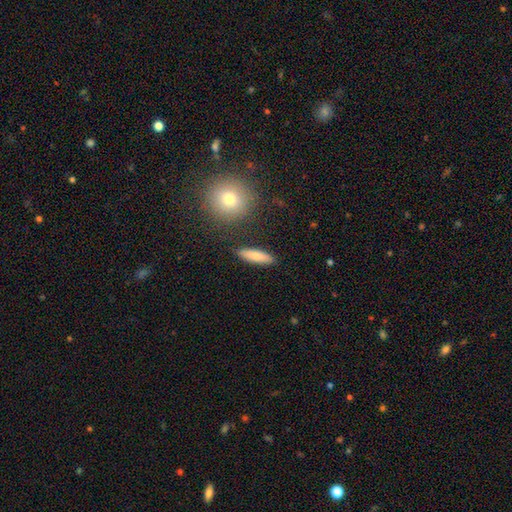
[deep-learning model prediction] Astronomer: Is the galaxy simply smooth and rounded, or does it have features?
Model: smooth — 79%.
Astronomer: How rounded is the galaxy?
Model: cigar-shaped — 64%.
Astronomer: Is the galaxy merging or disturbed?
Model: none — 86%.